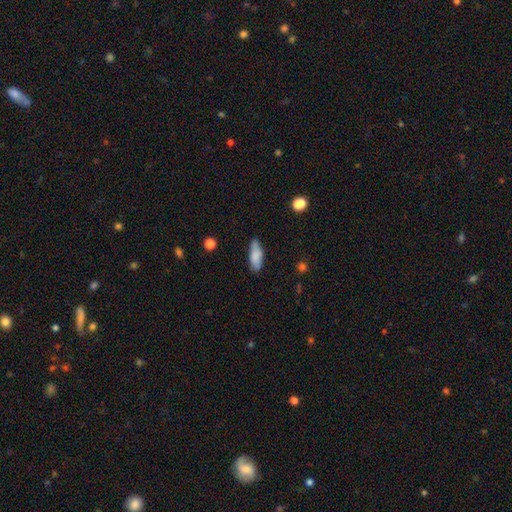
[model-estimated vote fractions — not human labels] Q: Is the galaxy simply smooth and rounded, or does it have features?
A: smooth — 83%.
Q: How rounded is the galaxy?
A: in between — 70%.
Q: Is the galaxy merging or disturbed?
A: none — 79%.